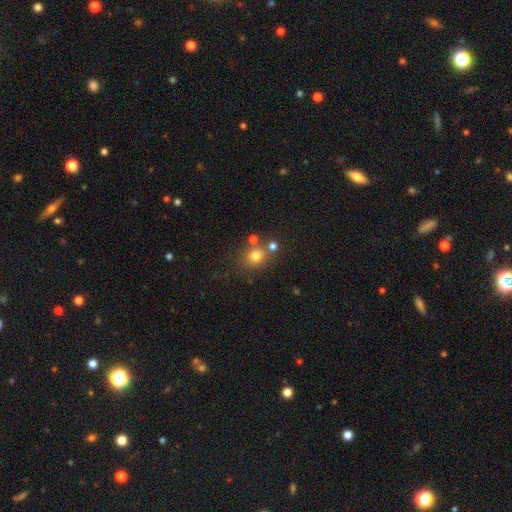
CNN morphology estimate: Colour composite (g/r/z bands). It shows a smooth galaxy with no disk features (77%) that is round (80%). Merging: none (68%).